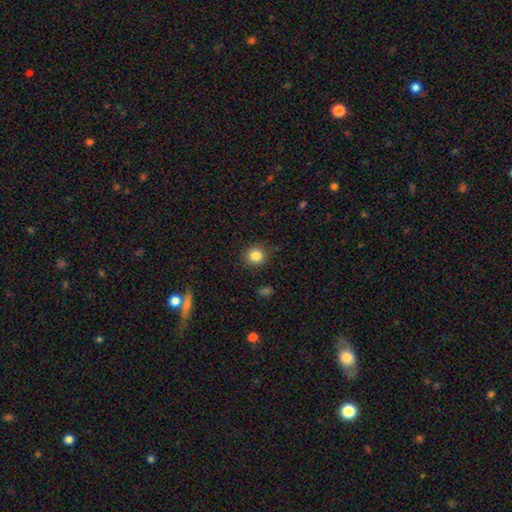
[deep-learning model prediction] Morphology: type=smooth (85%); roundness=round (90%); merging=none (87%).